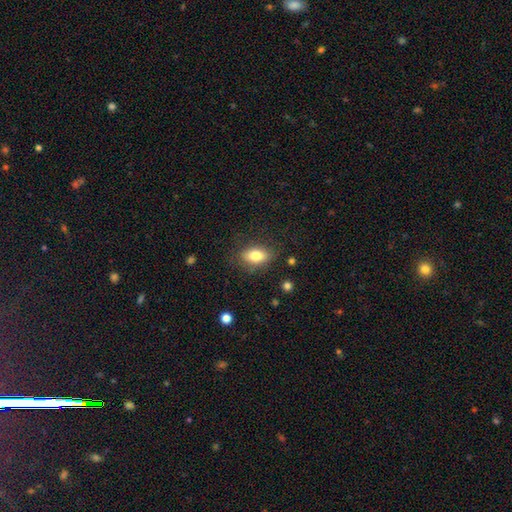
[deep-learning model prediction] Overall: smooth (79%). How rounded: in between (85%). Merging: none (80%).